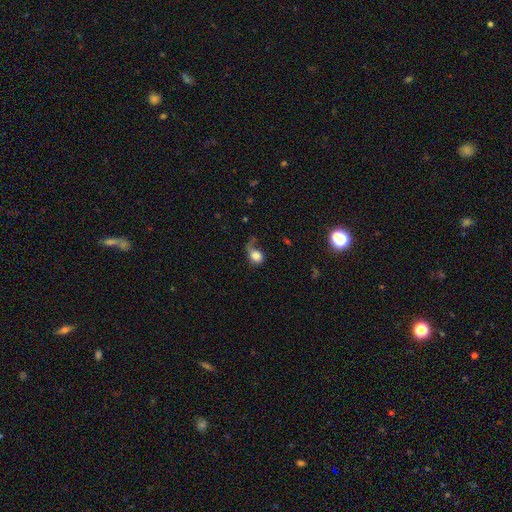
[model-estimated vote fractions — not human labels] Overall: smooth (75%). How rounded: round (53%; in between 46%). Merging: major disturbance (39%; none 30%).